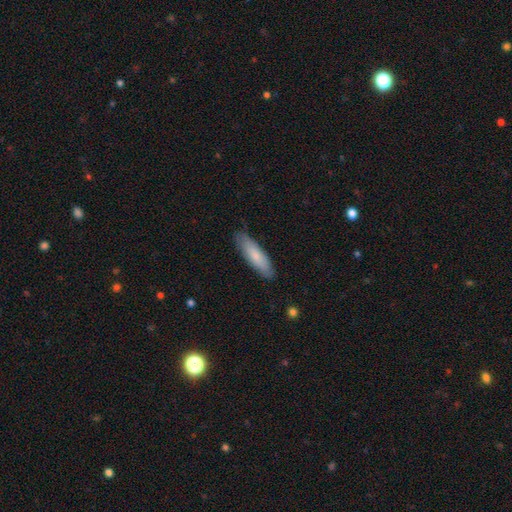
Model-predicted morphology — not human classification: Smooth or featured: smooth — 78% (featured or disk — 17%)
How rounded: cigar-shaped — 63% (in between — 35%)
Merging: none — 85% (minor disturbance — 12%)